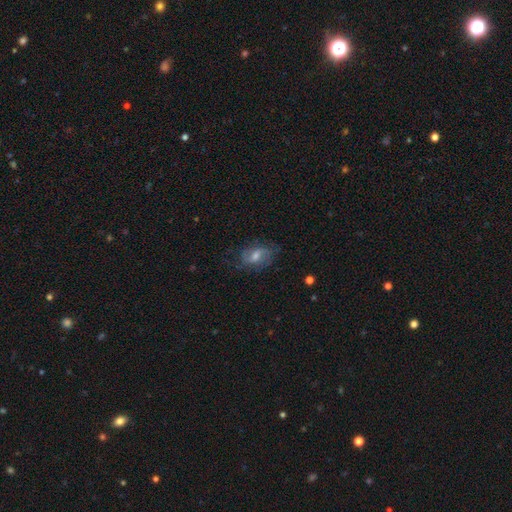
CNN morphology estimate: The model was most divided on "spiral winding": medium: 45%, loose: 30%, tight: 25%. More confident: edge-on disk — no (95%); spiral arms — yes (87%); merging — none (68%); spiral arm count — 2 (65%); smooth or featured — featured or disk (64%); bulge size — moderate (56%); bar — weak (50%).